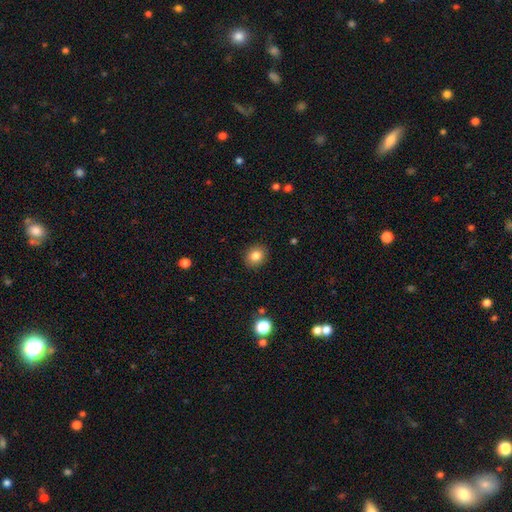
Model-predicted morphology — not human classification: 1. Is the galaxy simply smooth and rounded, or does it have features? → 83% smooth, 10% star or artifact, 7% featured or disk.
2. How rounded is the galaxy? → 72% round, 27% in between, 1% cigar-shaped.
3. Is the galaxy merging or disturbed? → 90% none, 7% minor disturbance, 2% major disturbance, 1% merger.